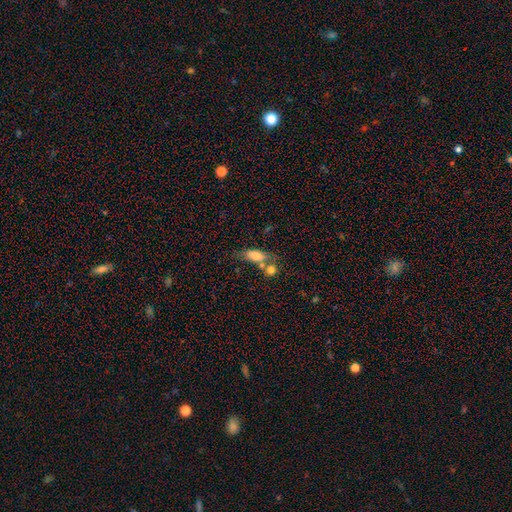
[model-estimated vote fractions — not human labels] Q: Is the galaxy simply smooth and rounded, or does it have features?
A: smooth — 76%.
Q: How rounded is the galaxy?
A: in between — 75%.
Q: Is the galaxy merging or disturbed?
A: none — 41%.